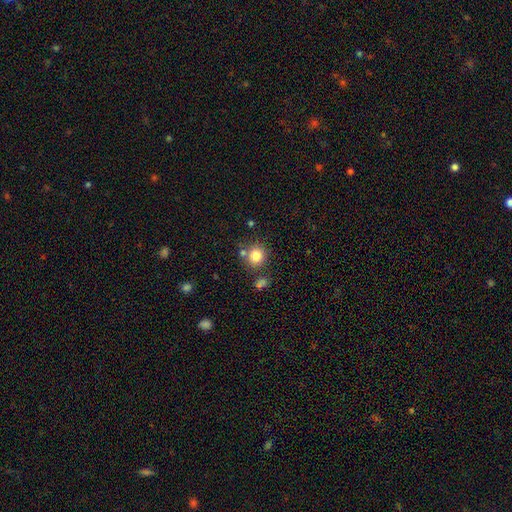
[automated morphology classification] Smooth or featured?
  - smooth: 82% *
  - star or artifact: 11%
  - featured or disk: 7%
How rounded?
  - round: 90% *
  - in between: 9%
  - cigar-shaped: 1%
Merging?
  - none: 74% *
  - merger: 12%
  - minor disturbance: 10%
  - major disturbance: 4%